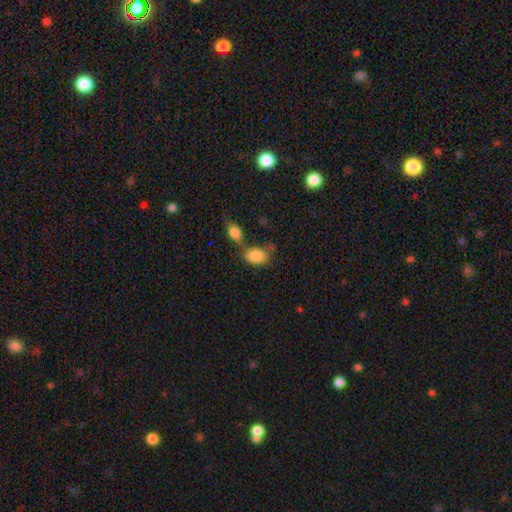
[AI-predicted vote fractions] Smooth or featured? smooth (86%)
How rounded? in between (82%)
Merging? none (47%)